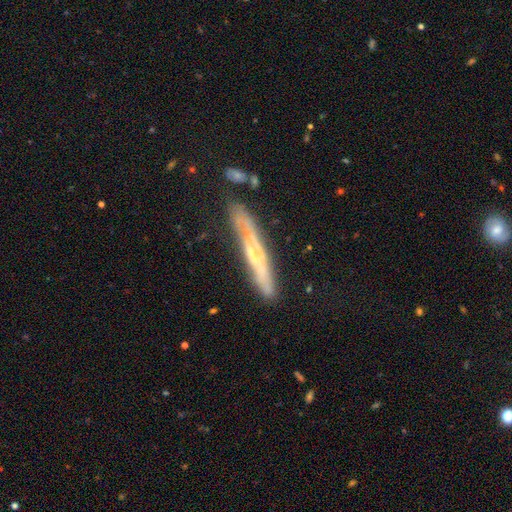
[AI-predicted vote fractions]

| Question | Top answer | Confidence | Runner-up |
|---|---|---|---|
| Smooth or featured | featured or disk | 65% | smooth (28%) |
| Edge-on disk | yes | 72% | no (28%) |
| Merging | none | 70% | minor disturbance (19%) |